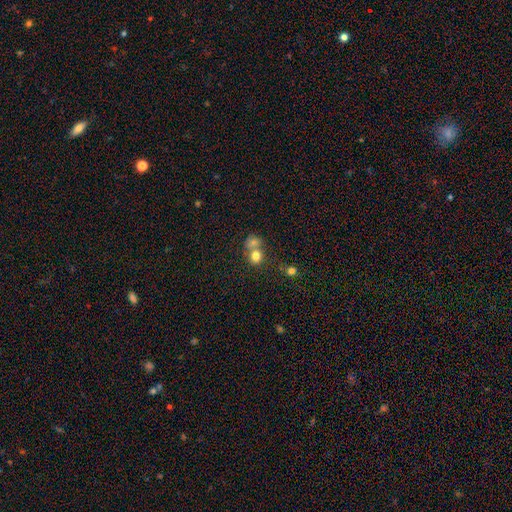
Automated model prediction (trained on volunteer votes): Smooth or featured? smooth (77%)
How rounded? round (75%)
Merging? merger (50%)